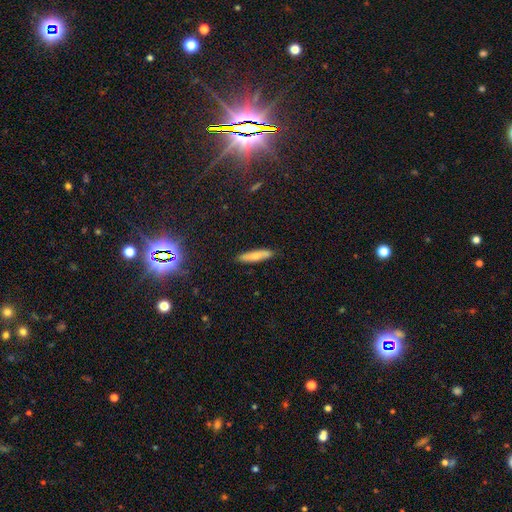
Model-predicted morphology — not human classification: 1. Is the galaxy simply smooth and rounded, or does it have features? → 66% smooth, 27% featured or disk, 7% star or artifact.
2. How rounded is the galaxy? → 82% cigar-shaped, 16% in between, 2% round.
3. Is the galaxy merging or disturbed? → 87% none, 10% minor disturbance, 2% major disturbance, 1% merger.